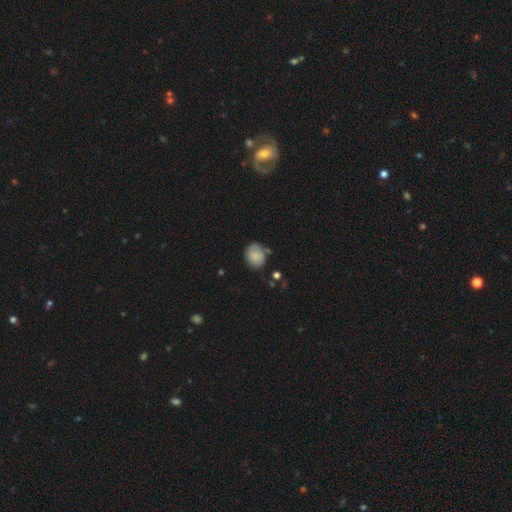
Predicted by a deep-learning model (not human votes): Smooth or featured? smooth (80%)
How rounded? round (63%)
Merging? none (63%)